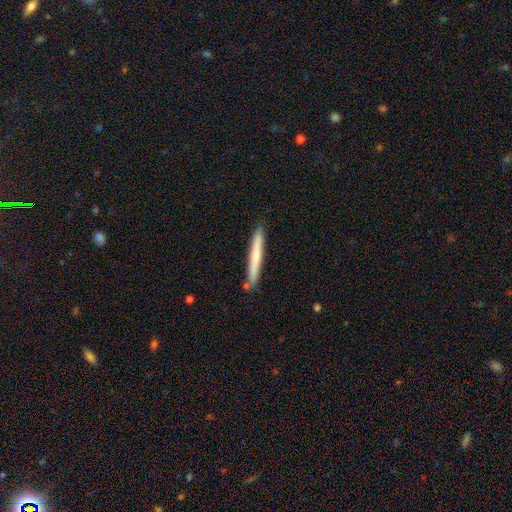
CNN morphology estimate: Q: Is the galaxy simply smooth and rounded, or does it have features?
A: smooth — 59%.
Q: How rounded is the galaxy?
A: cigar-shaped — 96%.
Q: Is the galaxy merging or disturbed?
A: none — 85%.